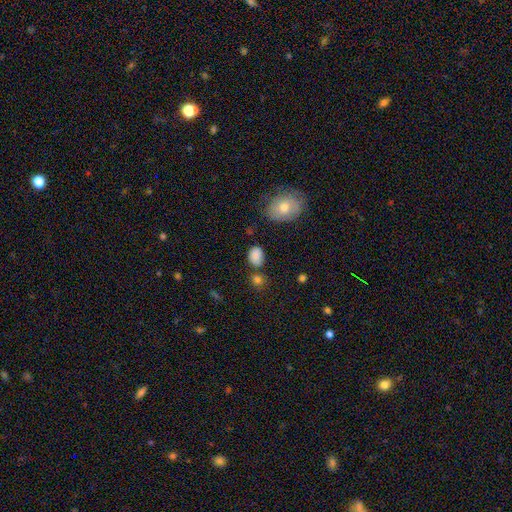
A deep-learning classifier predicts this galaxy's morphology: smooth_or_featured: smooth (p=0.85) [alt: star or artifact p=0.10]
how_rounded: in between (p=0.74) [alt: round p=0.25]
merging: none (p=0.68) [alt: minor disturbance p=0.18]